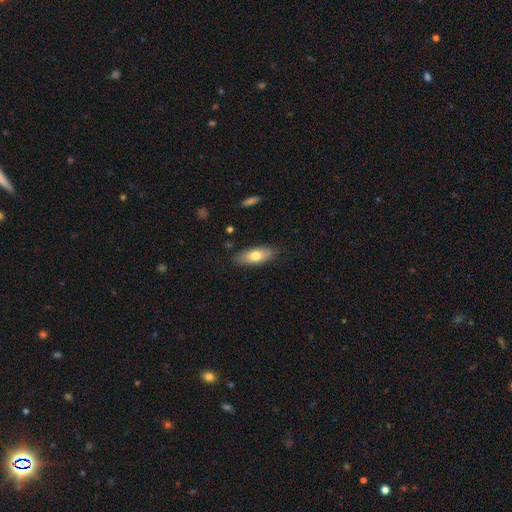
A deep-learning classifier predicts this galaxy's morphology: Q: Smooth or featured?
A: smooth (70%); runner-up: featured or disk (24%)
Q: How rounded?
A: in between (77%); runner-up: cigar-shaped (20%)
Q: Merging?
A: none (84%); runner-up: minor disturbance (13%)